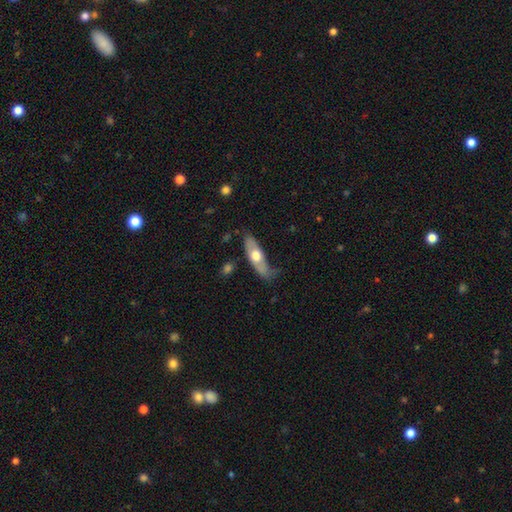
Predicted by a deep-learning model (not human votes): This is possibly a smooth galaxy (52%). How rounded: possibly in between (59%). Merging: possibly none (54%).